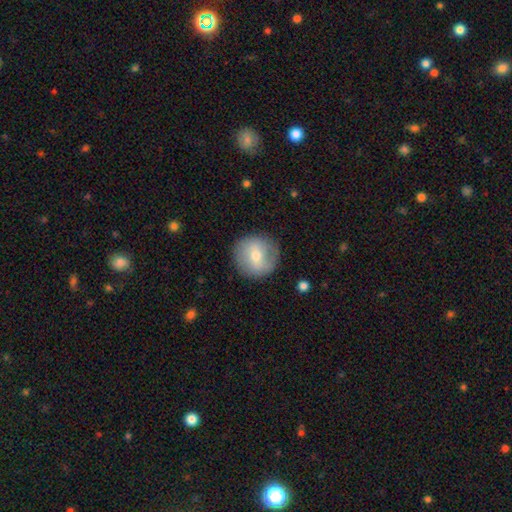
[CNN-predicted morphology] Smooth or featured? smooth (56%)
How rounded? round (94%)
Merging? none (86%)